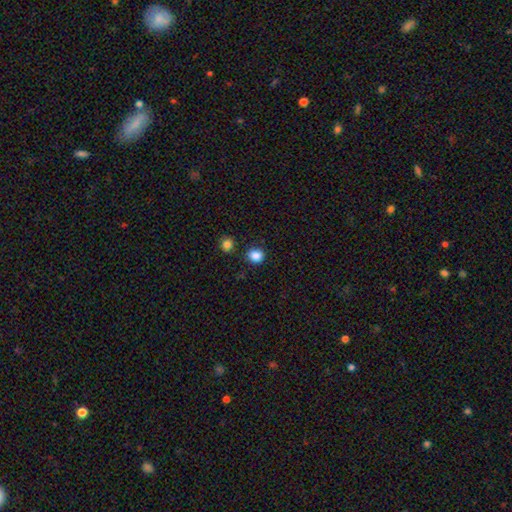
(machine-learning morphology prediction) Smooth or featured: smooth — 87% (star or artifact — 10%)
How rounded: round — 73% (in between — 26%)
Merging: none — 84% (minor disturbance — 9%)